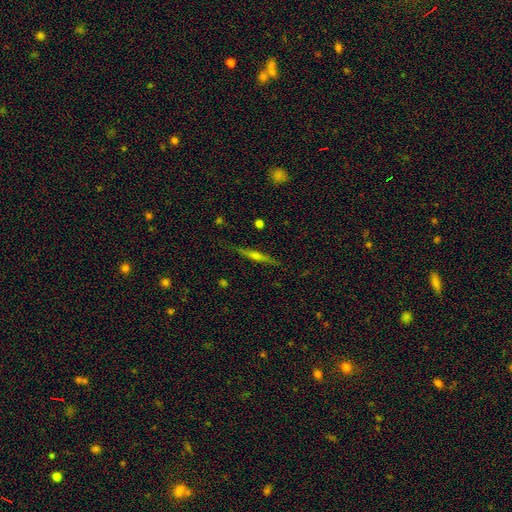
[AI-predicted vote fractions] smooth_or_featured: featured or disk (p=0.65) [alt: smooth p=0.26]
disk_edge_on: yes (p=0.97) [alt: no p=0.03]
edge_on_bulge: rounded (p=0.71) [alt: none p=0.18]
merging: none (p=0.87) [alt: minor disturbance p=0.09]